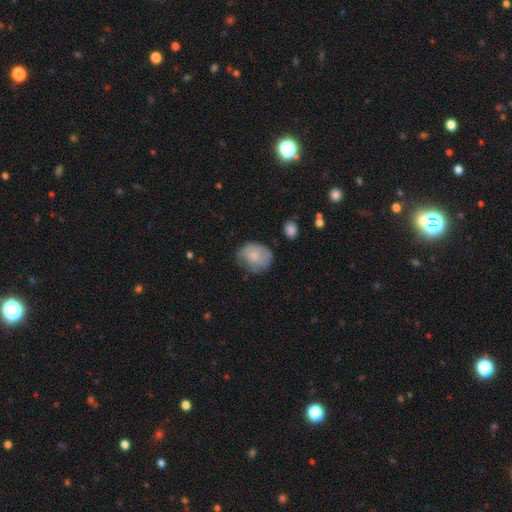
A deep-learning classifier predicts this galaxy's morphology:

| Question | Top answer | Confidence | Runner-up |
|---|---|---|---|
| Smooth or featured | smooth | 74% | featured or disk (19%) |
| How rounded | round | 55% | in between (44%) |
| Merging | none | 55% | minor disturbance (32%) |